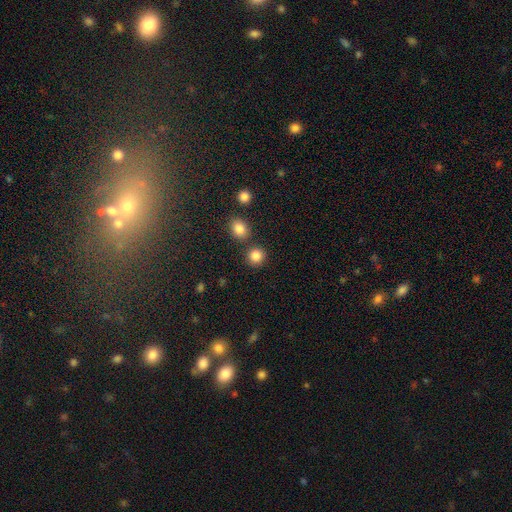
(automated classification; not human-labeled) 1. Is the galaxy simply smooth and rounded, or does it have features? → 85% smooth, 10% star or artifact, 5% featured or disk.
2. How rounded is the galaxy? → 89% round, 10% in between, 1% cigar-shaped.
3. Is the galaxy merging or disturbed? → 81% none, 9% merger, 7% minor disturbance, 3% major disturbance.